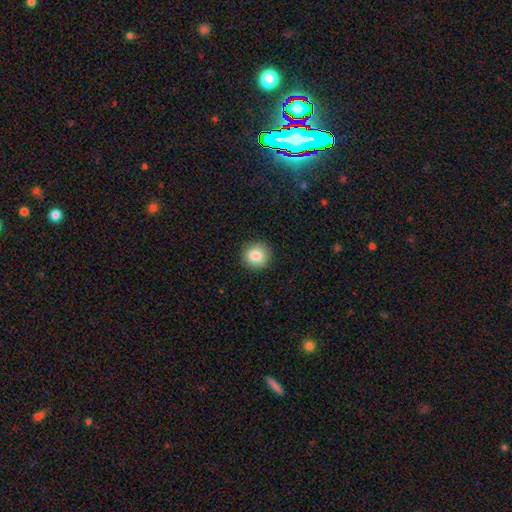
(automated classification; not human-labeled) Smooth or featured? smooth (84%)
How rounded? round (93%)
Merging? none (92%)